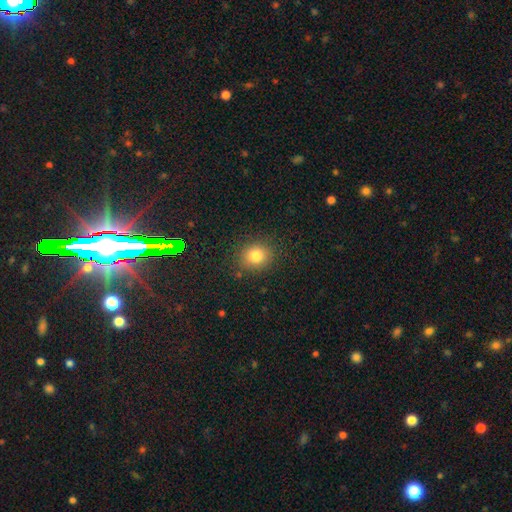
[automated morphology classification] type=smooth (81%); roundness=round (73%); merging=none (87%).